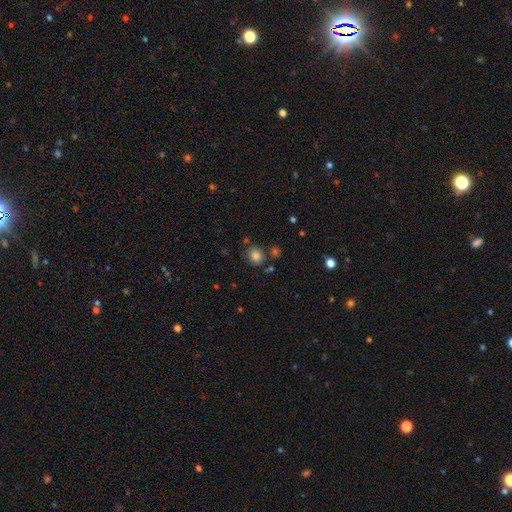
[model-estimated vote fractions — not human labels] smooth_or_featured: smooth (p=0.83) [alt: star or artifact p=0.12]
how_rounded: round (p=0.78) [alt: in between p=0.21]
merging: none (p=0.79) [alt: minor disturbance p=0.11]